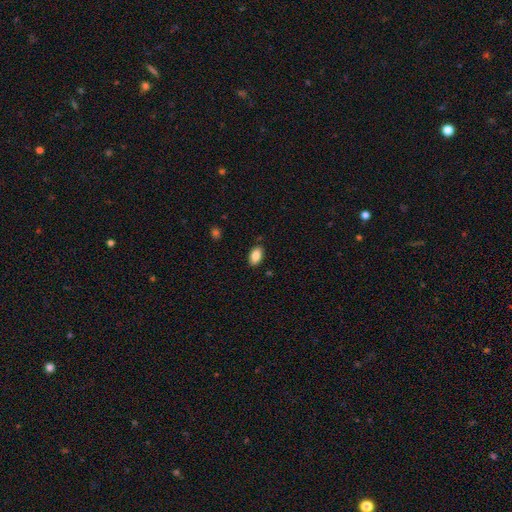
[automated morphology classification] smooth-or-featured: smooth: 86% | star or artifact: 7% | featured or disk: 6%
  how-rounded: in between: 93% | round: 5% | cigar-shaped: 2%
  merging: none: 86% | minor disturbance: 10% | major disturbance: 2% | merger: 1%